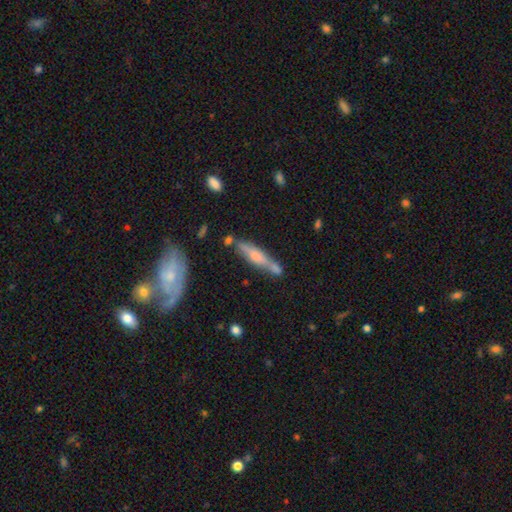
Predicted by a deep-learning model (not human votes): featured or disk 51%, smooth 42%, star or artifact 7%. Down the decision tree: edge-on disk — yes (86%); merging — none (64%).